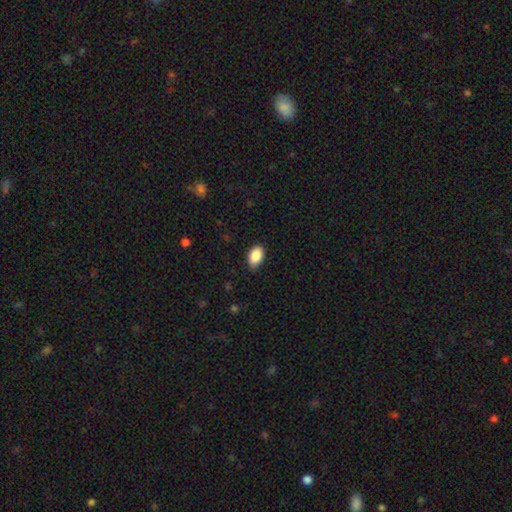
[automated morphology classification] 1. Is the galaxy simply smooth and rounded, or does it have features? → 89% smooth, 7% star or artifact, 4% featured or disk.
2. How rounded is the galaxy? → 92% in between, 7% round, 1% cigar-shaped.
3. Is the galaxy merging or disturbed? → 79% none, 18% minor disturbance, 2% major disturbance, 1% merger.